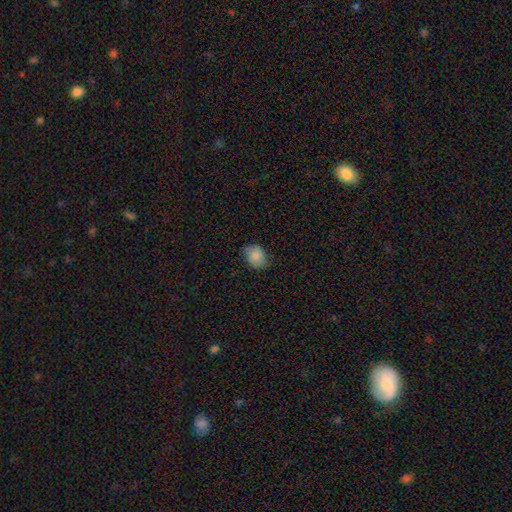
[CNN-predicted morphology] smooth-or-featured: smooth: 84% | featured or disk: 8% | star or artifact: 8%
  how-rounded: in between: 60% | round: 39% | cigar-shaped: 1%
  merging: none: 73% | minor disturbance: 22% | major disturbance: 5% | merger: 1%